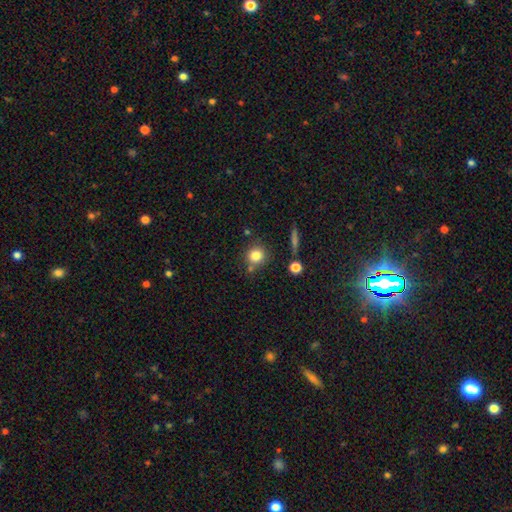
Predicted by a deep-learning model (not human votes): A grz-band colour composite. It shows a smooth galaxy with no disk features (81%) that is round (87%). Merging: none (73%).